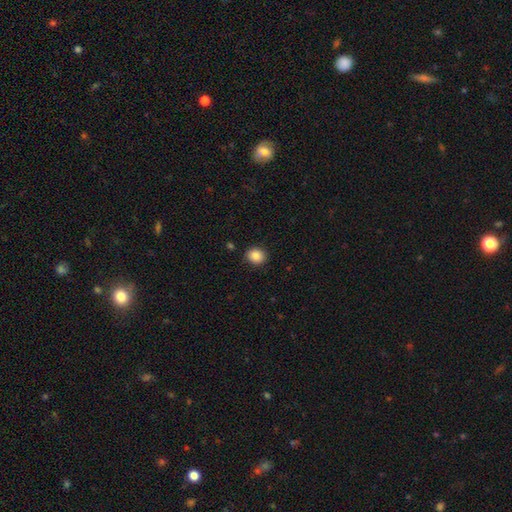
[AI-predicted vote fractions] smooth_or_featured: smooth (p=0.87) [alt: star or artifact p=0.09]
how_rounded: round (p=0.72) [alt: in between p=0.27]
merging: none (p=0.89) [alt: minor disturbance p=0.07]